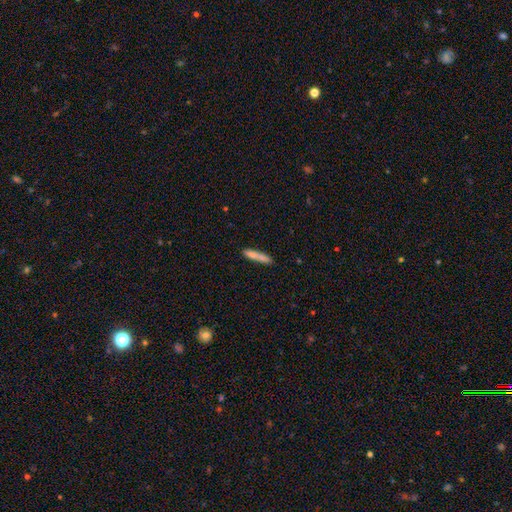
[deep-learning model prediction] smooth 79%, featured or disk 15%, star or artifact 7%. Down the decision tree: how rounded — cigar-shaped (89%); merging — none (76%).